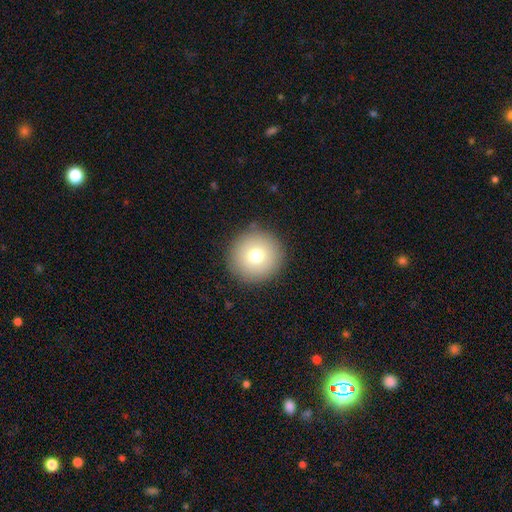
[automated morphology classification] smooth_or_featured: smooth (p=0.75) [alt: featured or disk p=0.14]
how_rounded: round (p=0.96) [alt: in between p=0.03]
merging: none (p=0.90) [alt: minor disturbance p=0.06]